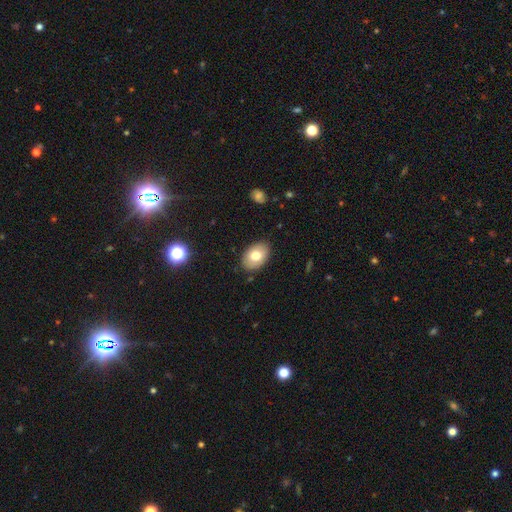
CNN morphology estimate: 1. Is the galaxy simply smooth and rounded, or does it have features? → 73% smooth, 19% featured or disk, 8% star or artifact.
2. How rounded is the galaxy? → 85% in between, 14% round, 1% cigar-shaped.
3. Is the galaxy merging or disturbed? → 86% none, 10% minor disturbance, 2% major disturbance, 1% merger.